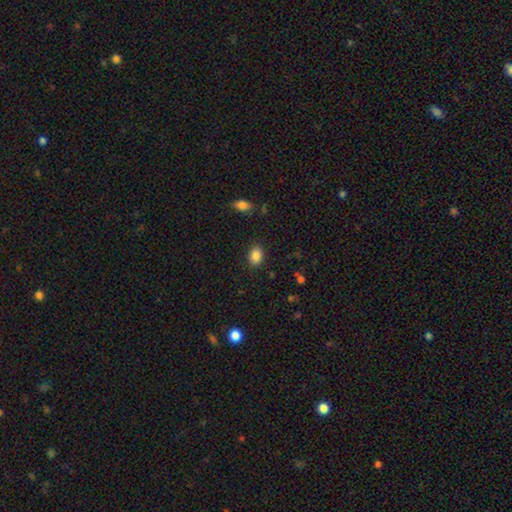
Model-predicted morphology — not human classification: A smooth galaxy with no disk features (87%) that is in between round and cigar-shaped (74%).

Vote fractions:
- Smooth or featured? smooth: 87% / star or artifact: 9% / featured or disk: 4%
- How rounded? in between: 74% / round: 25% / cigar-shaped: 1%
- Merging? none: 87% / minor disturbance: 9% / major disturbance: 3% / merger: 1%